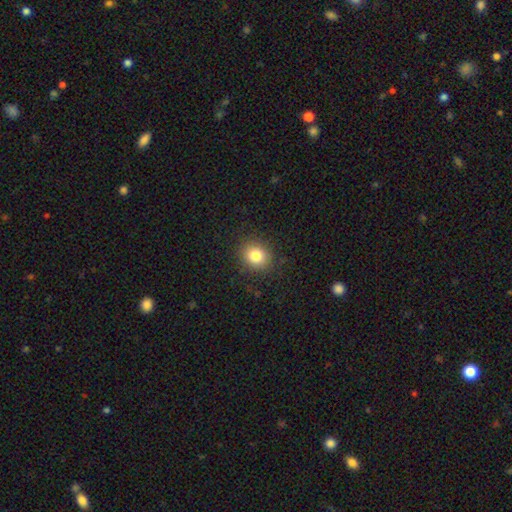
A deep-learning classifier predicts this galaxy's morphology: Q: Smooth or featured?
A: smooth (82%); runner-up: star or artifact (11%)
Q: How rounded?
A: round (70%); runner-up: in between (29%)
Q: Merging?
A: none (88%); runner-up: minor disturbance (8%)